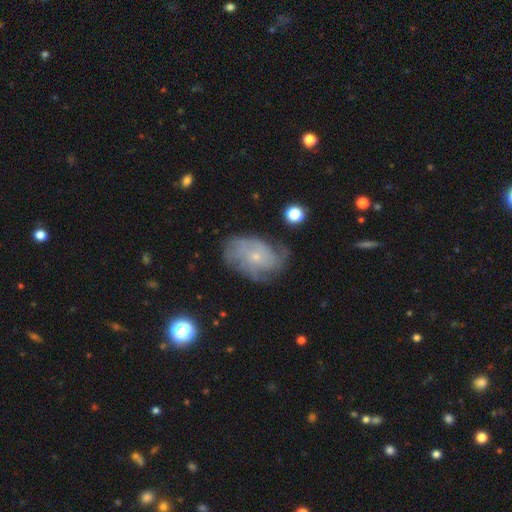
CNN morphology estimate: Q: Smooth or featured?
A: featured or disk (72%); runner-up: smooth (20%)
Q: Edge-on disk?
A: no (96%); runner-up: yes (4%)
Q: Bar?
A: no (81%); runner-up: weak (17%)
Q: Spiral arms?
A: yes (87%); runner-up: no (13%)
Q: Spiral winding?
A: tight (49%); runner-up: medium (35%)
Q: Spiral arm count?
A: can't tell (44%); runner-up: 4 (16%)
Q: Bulge size?
A: small (82%); runner-up: moderate (14%)
Q: Merging?
A: none (63%); runner-up: minor disturbance (23%)